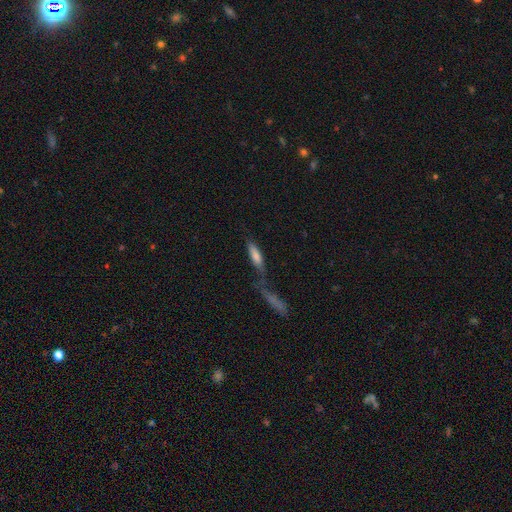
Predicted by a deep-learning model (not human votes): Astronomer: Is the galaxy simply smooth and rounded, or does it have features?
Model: smooth — 71%.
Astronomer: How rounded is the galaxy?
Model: cigar-shaped — 64%.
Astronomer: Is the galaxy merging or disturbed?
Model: none — 38% (runner-up: merger, 36%).